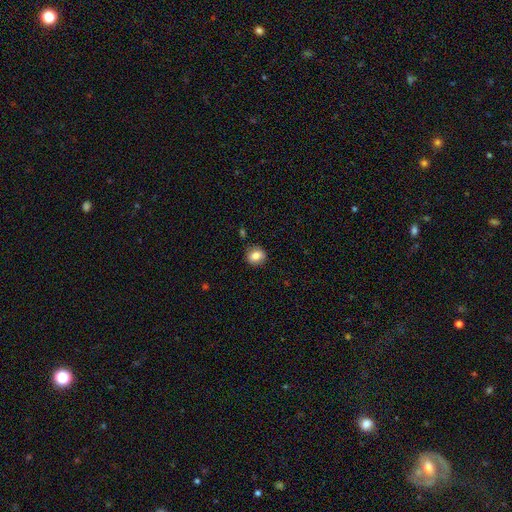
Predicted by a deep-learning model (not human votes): A smooth galaxy with no disk features (81%) that is round (75%).

Vote fractions:
- Smooth or featured? smooth: 81% / featured or disk: 10% / star or artifact: 9%
- How rounded? round: 75% / in between: 24% / cigar-shaped: 1%
- Merging? none: 85% / minor disturbance: 10% / major disturbance: 2% / merger: 2%